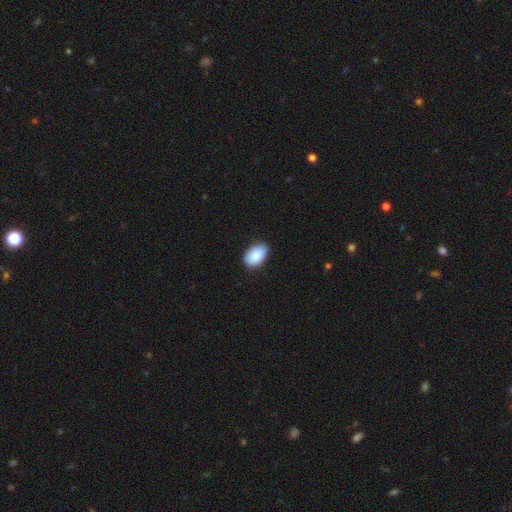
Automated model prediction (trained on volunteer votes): Smooth or featured? Predicted: smooth (p=0.89). How rounded? Predicted: in between (p=0.91). Merging? Predicted: none (p=0.84).